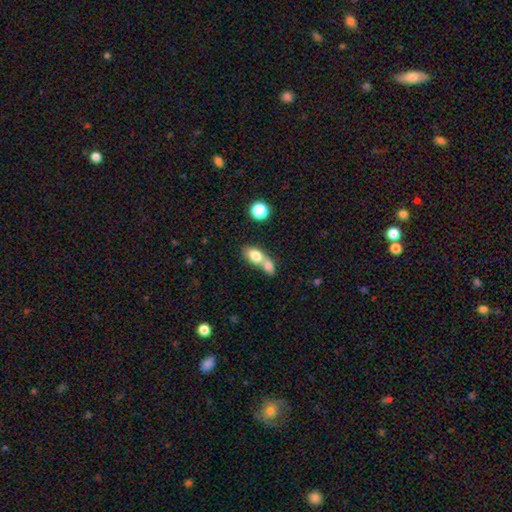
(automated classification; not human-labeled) A smooth galaxy with no disk features (76%) that is in between round and cigar-shaped (75%).

Vote fractions:
- Smooth or featured? smooth: 76% / featured or disk: 15% / star or artifact: 9%
- How rounded? in between: 75% / round: 20% / cigar-shaped: 5%
- Merging? merger: 69% / none: 21% / minor disturbance: 6% / major disturbance: 4%